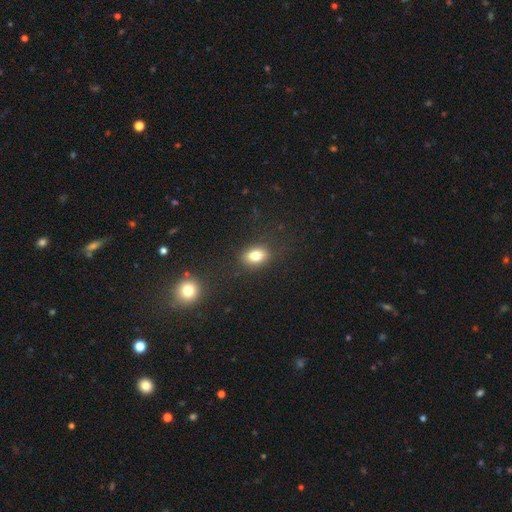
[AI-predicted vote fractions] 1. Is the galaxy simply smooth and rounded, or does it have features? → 81% smooth, 11% star or artifact, 9% featured or disk.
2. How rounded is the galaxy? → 77% in between, 21% round, 2% cigar-shaped.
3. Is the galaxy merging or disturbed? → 83% none, 11% minor disturbance, 4% major disturbance, 2% merger.